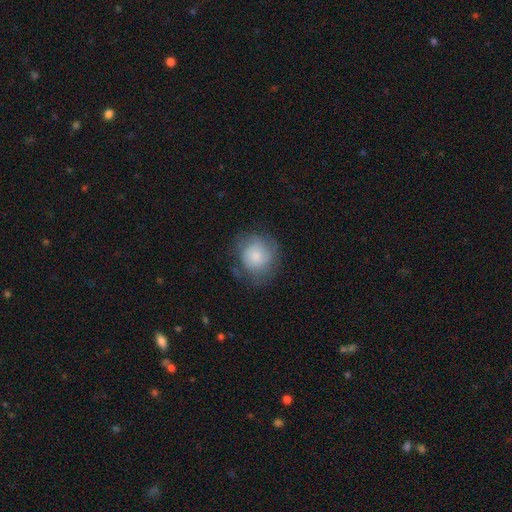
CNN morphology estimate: type=smooth (71%); roundness=round (83%); merging=none (62%).